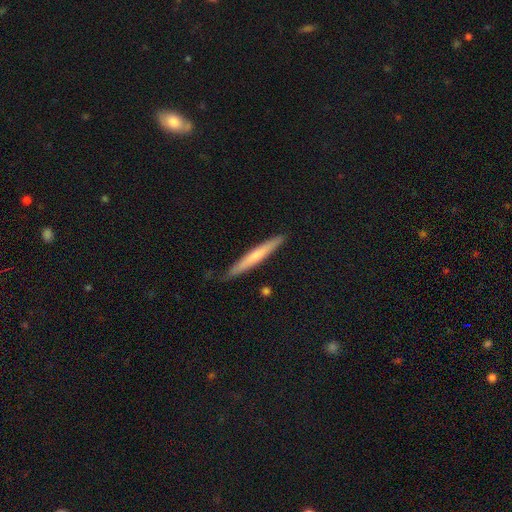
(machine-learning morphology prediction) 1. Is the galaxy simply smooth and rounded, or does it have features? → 56% smooth, 39% featured or disk, 5% star or artifact.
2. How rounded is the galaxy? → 96% cigar-shaped, 3% in between, 1% round.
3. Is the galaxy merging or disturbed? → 85% none, 12% minor disturbance, 2% major disturbance, 1% merger.